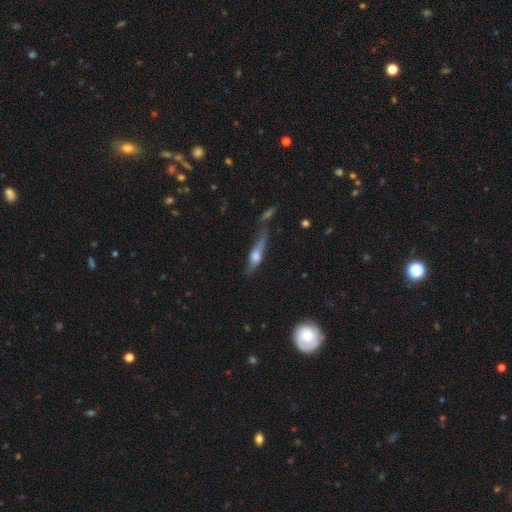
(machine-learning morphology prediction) smooth-or-featured: featured or disk: 51% | smooth: 39% | star or artifact: 10%
  disk-edge-on: yes: 86% | no: 14%
  merging: none: 51% | minor disturbance: 24% | major disturbance: 13% | merger: 12%